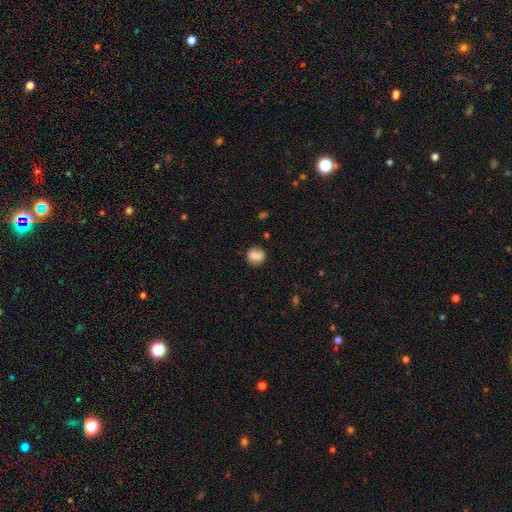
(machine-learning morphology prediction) Q: Smooth or featured?
A: smooth (67%); runner-up: featured or disk (24%)
Q: How rounded?
A: round (75%); runner-up: in between (23%)
Q: Merging?
A: none (80%); runner-up: minor disturbance (14%)